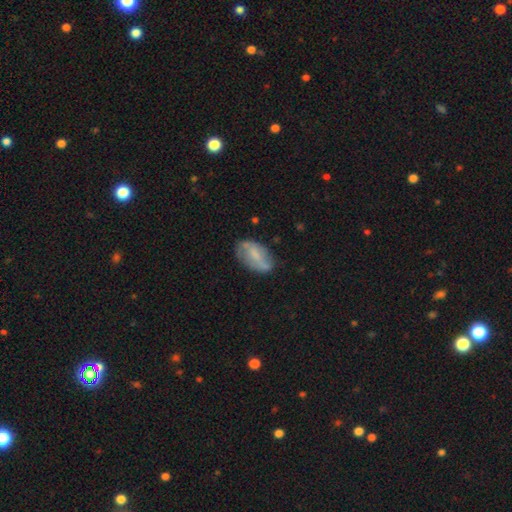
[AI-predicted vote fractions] A smooth galaxy with no disk features (51%) that is in between round and cigar-shaped (91%).

Vote fractions:
- Smooth or featured? smooth: 51% / featured or disk: 41% / star or artifact: 8%
- How rounded? in between: 91% / round: 5% / cigar-shaped: 4%
- Merging? none: 61% / minor disturbance: 26% / major disturbance: 10% / merger: 3%